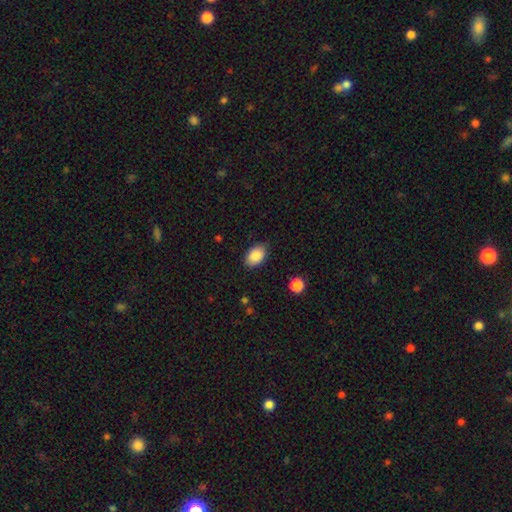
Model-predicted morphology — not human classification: A smooth galaxy with no disk features (88%) that is in between round and cigar-shaped (90%). Merging: none (84%).